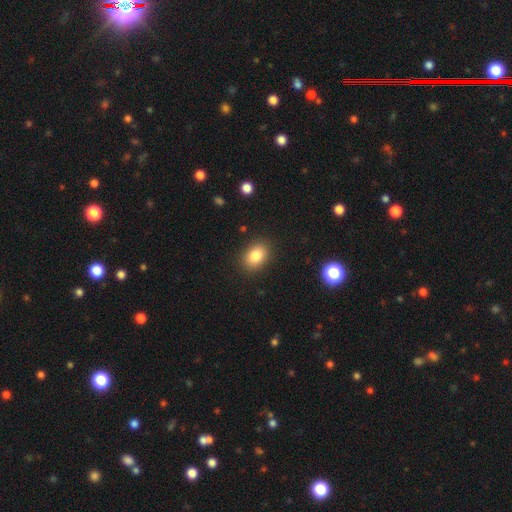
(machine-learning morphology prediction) type=smooth (83%); roundness=in between (74%); merging=none (88%).